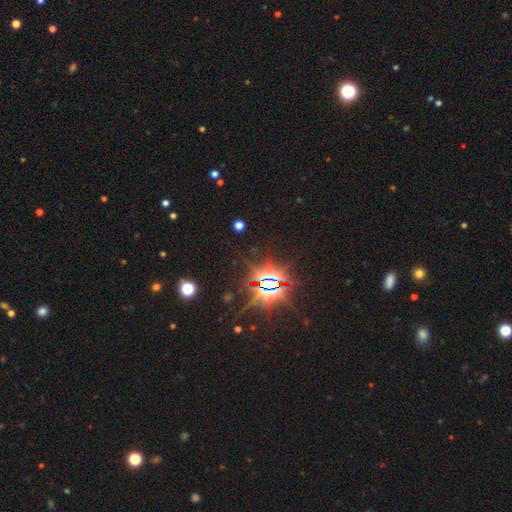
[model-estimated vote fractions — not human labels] Q: Smooth or featured?
A: star or artifact (87%); runner-up: smooth (7%)